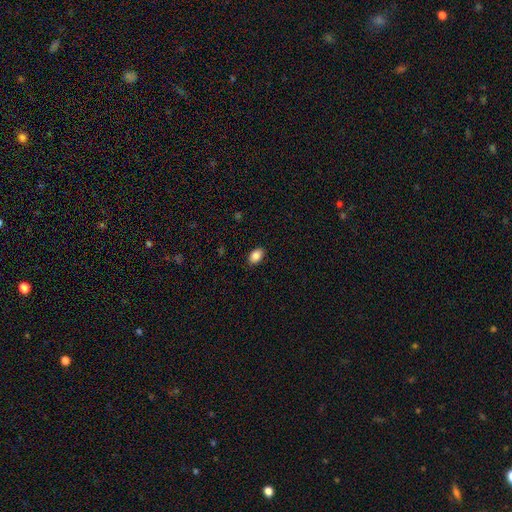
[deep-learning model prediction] smooth-or-featured: smooth: 88% | star or artifact: 8% | featured or disk: 4%
  how-rounded: in between: 86% | round: 13% | cigar-shaped: 1%
  merging: none: 88% | minor disturbance: 9% | major disturbance: 2% | merger: 1%